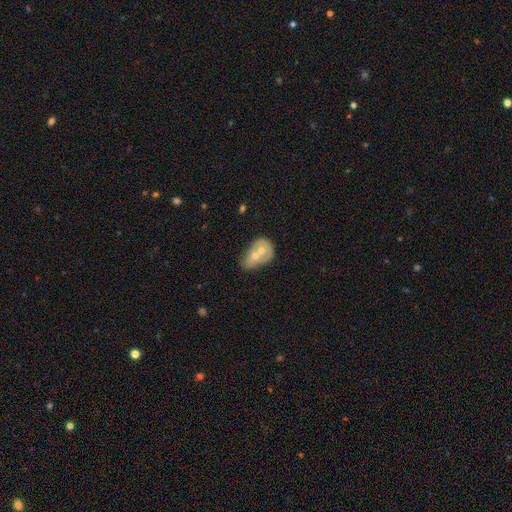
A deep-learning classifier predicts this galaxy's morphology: Overall: smooth (53%; featured or disk 39%). How rounded: in between (66%; round 33%). Merging: merger (69%).